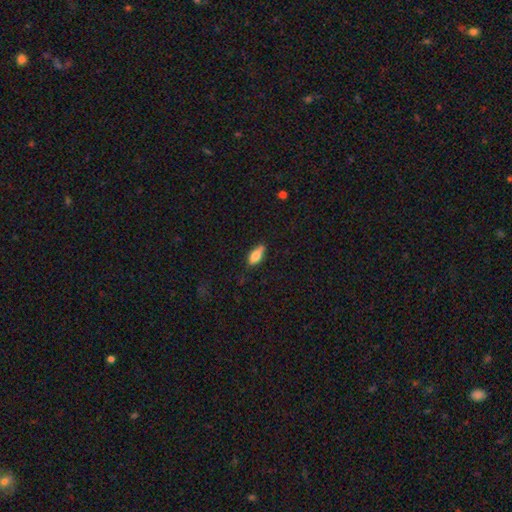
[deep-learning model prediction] The model was most divided on "merging": none: 71%, minor disturbance: 22%, major disturbance: 5%, merger: 2%. More confident: how rounded — in between (76%); smooth or featured — smooth (75%).